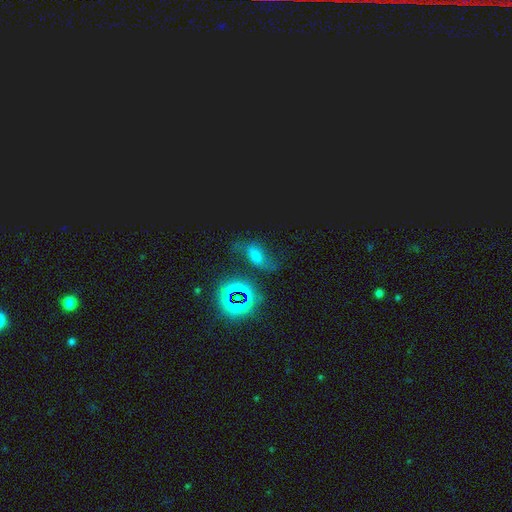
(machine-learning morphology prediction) smooth-or-featured: smooth: 41% | star or artifact: 31% | featured or disk: 28%
  merging: none: 52% | minor disturbance: 22% | major disturbance: 18% | merger: 7%